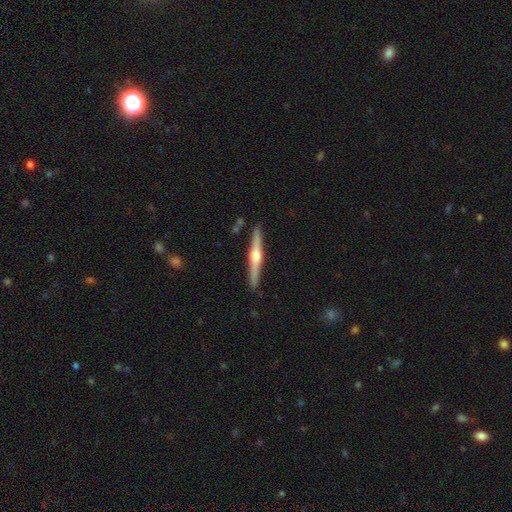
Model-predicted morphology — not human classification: Smooth or featured? Predicted: featured or disk (p=0.75). Edge-on disk? Predicted: yes (p=0.98). Edge-on bulge? Predicted: rounded (p=0.92). Merging? Predicted: none (p=0.90).